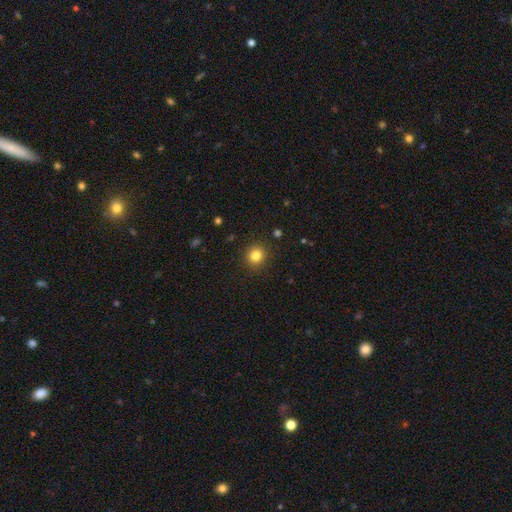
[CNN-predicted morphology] Q: Smooth or featured?
A: smooth (82%); runner-up: star or artifact (12%)
Q: How rounded?
A: round (90%); runner-up: in between (10%)
Q: Merging?
A: none (90%); runner-up: minor disturbance (7%)